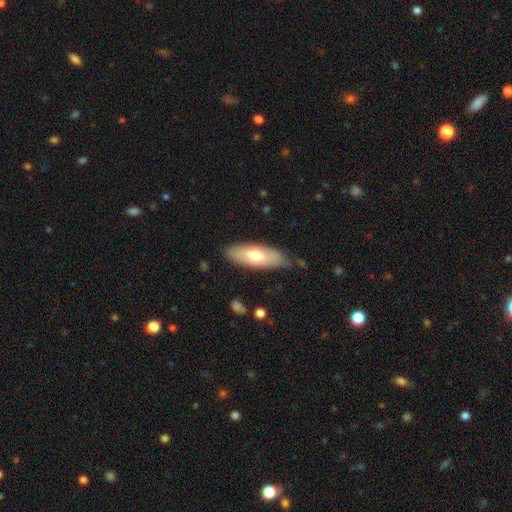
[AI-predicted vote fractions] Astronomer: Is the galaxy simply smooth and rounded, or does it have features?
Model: smooth — 66%.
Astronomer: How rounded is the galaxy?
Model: in between — 72%.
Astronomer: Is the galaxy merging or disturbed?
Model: none — 76%.